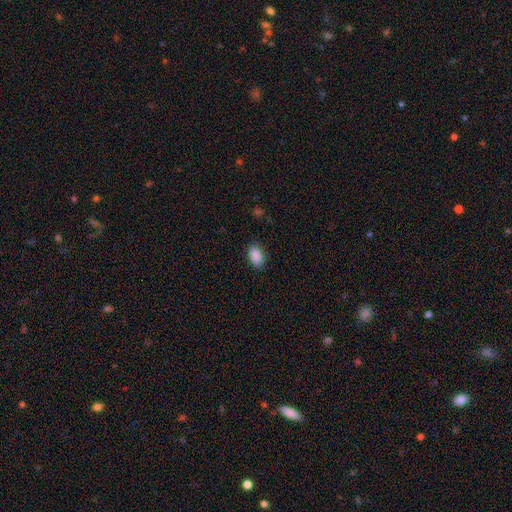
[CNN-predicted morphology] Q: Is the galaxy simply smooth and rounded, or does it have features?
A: smooth — 90%.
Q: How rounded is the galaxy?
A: in between — 91%.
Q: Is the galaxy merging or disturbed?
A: none — 86%.